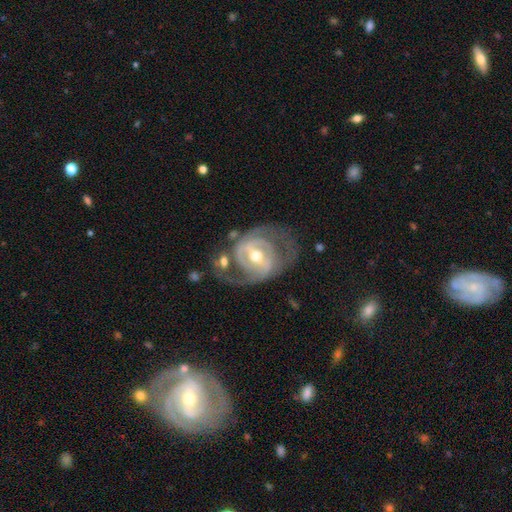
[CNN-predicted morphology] Smooth or featured? Predicted: featured or disk (p=0.87). Edge-on disk? Predicted: no (p=0.97). Bar? Predicted: weak (p=0.41). Spiral arms? Predicted: yes (p=0.90). Spiral winding? Predicted: medium (p=0.43). Spiral arm count? Predicted: 2 (p=0.74). Bulge size? Predicted: moderate (p=0.71). Merging? Predicted: none (p=0.57).